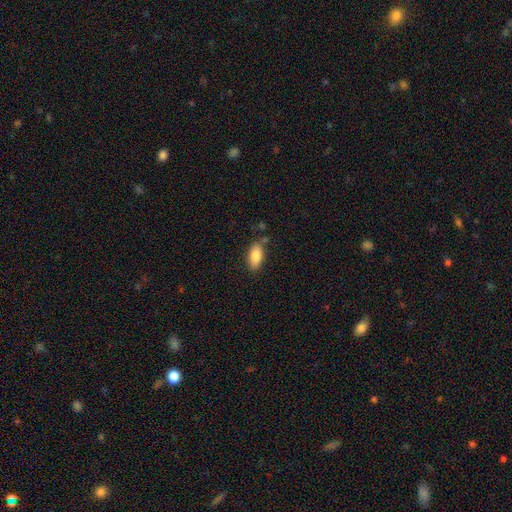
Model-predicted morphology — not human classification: Smooth or featured? smooth (84%)
How rounded? in between (90%)
Merging? none (75%)